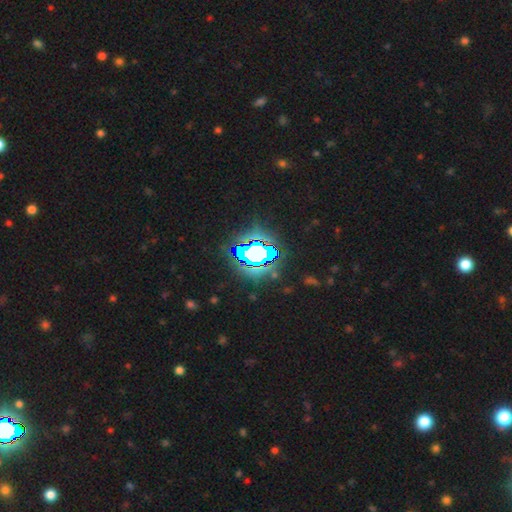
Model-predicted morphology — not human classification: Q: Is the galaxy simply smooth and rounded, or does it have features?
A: star or artifact — 78%.